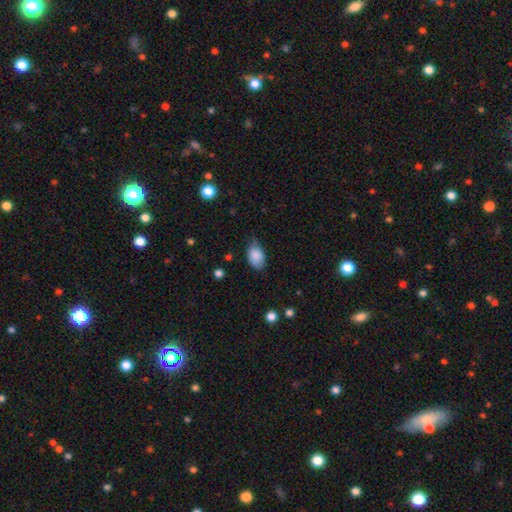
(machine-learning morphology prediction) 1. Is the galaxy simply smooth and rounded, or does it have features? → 87% smooth, 7% star or artifact, 6% featured or disk.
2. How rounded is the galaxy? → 89% in between, 9% round, 1% cigar-shaped.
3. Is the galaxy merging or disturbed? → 63% none, 30% minor disturbance, 5% major disturbance, 1% merger.